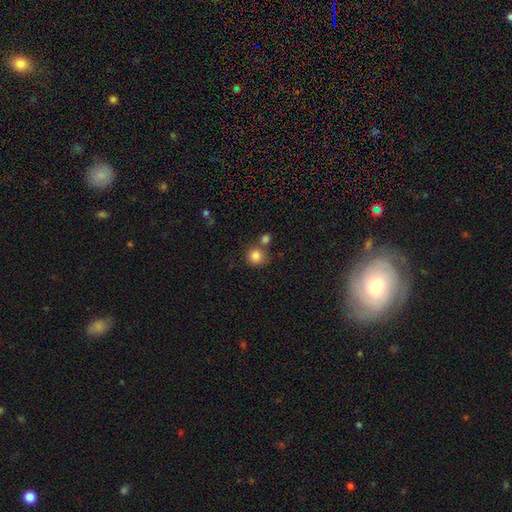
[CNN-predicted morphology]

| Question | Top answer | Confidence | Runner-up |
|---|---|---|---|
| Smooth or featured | smooth | 84% | star or artifact (10%) |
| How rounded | round | 89% | in between (10%) |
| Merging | none | 63% | merger (23%) |